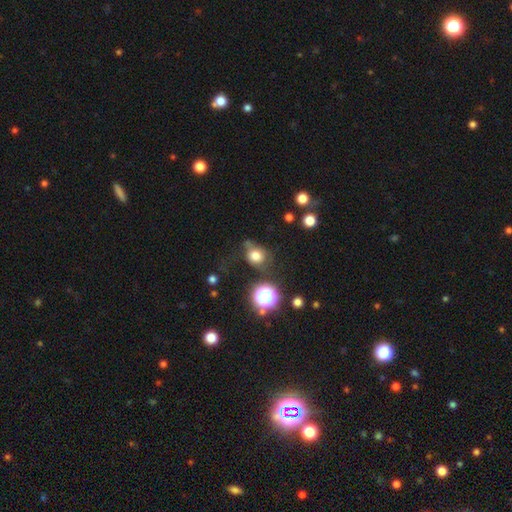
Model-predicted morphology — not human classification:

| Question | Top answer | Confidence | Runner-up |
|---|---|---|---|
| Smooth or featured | smooth | 71% | star or artifact (17%) |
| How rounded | round | 69% | in between (30%) |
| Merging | none | 52% | minor disturbance (27%) |